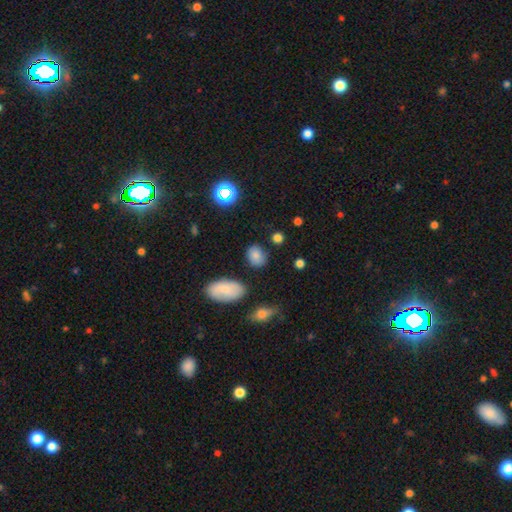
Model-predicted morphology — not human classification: Smooth or featured? Predicted: smooth (p=0.79). How rounded? Predicted: in between (p=0.53). Merging? Predicted: none (p=0.79).